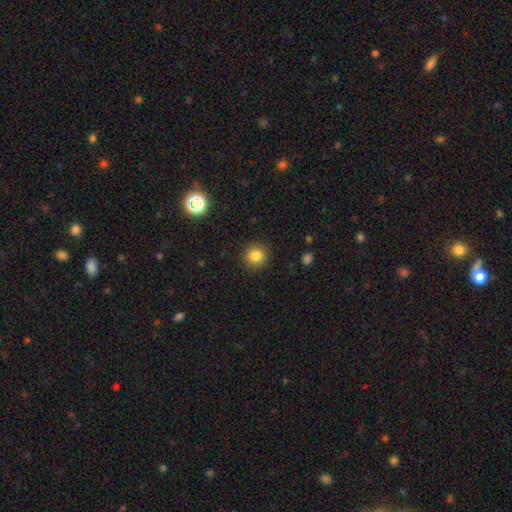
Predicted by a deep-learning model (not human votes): A smooth galaxy with no disk features (83%) that is round (90%).

Vote fractions:
- Smooth or featured? smooth: 83% / star or artifact: 11% / featured or disk: 6%
- How rounded? round: 90% / in between: 10% / cigar-shaped: 1%
- Merging? none: 89% / minor disturbance: 7% / major disturbance: 2% / merger: 1%